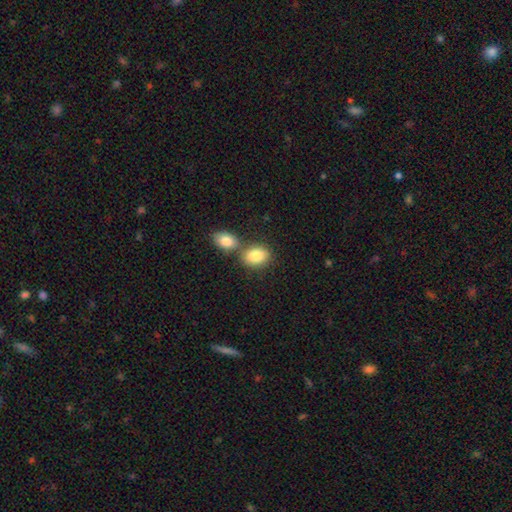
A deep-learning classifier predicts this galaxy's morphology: smooth 85%, featured or disk 8%, star or artifact 7%. Down the decision tree: how rounded — in between (74%); merging — none (49%).